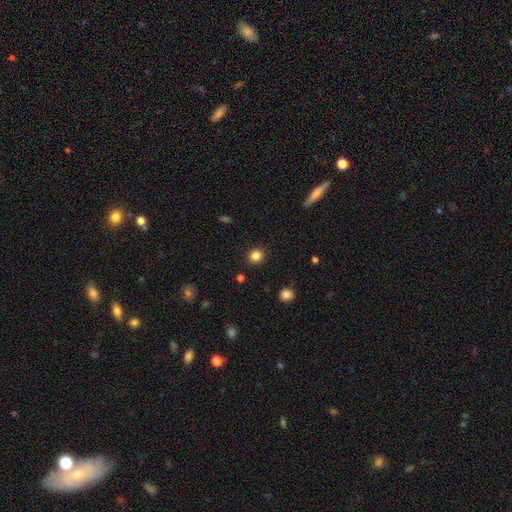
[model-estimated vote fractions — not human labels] smooth_or_featured: smooth (p=0.84) [alt: star or artifact p=0.12]
how_rounded: round (p=0.88) [alt: in between p=0.11]
merging: none (p=0.91) [alt: minor disturbance p=0.06]